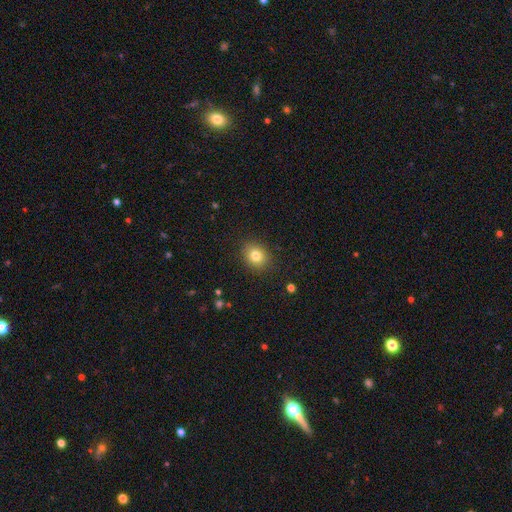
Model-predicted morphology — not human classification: type=smooth (80%); roundness=round (65%); merging=none (89%).